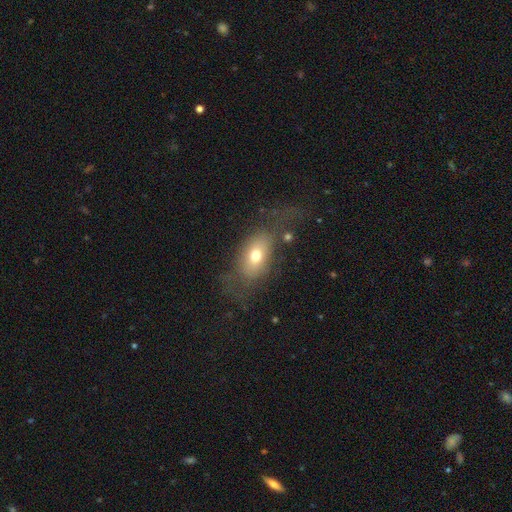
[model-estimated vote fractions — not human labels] This appears to be a smooth galaxy with no disk features (67%) that is in between round and cigar-shaped (83%). Merging: none (50%).